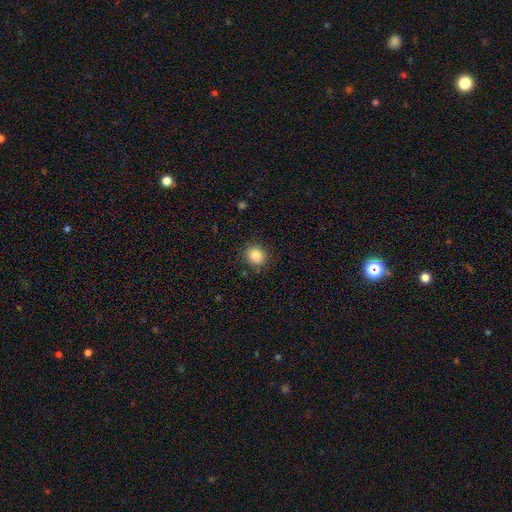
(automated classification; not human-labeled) Morphology: type=smooth (85%); roundness=round (84%); merging=none (88%).